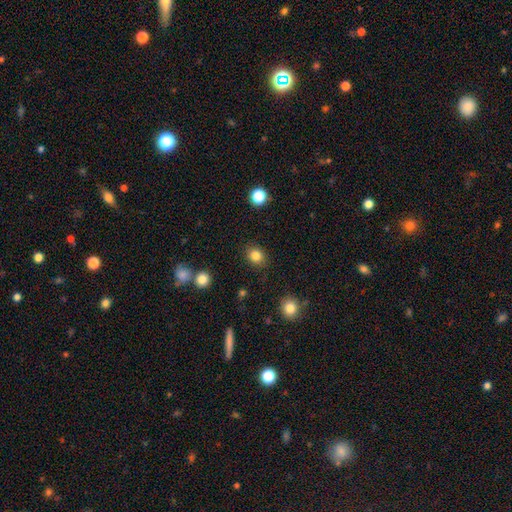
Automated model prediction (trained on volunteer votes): Smooth or featured: smooth — 84% (star or artifact — 11%)
How rounded: round — 68% (in between — 32%)
Merging: none — 87% (minor disturbance — 8%)